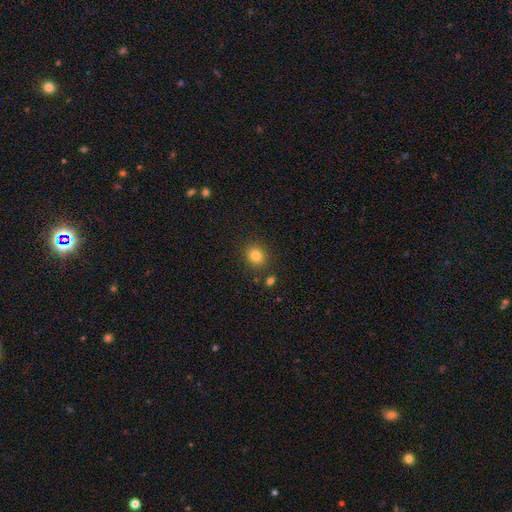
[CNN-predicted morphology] This appears to be a smooth galaxy with no disk features (83%) that is round (74%). Merging: none (86%).